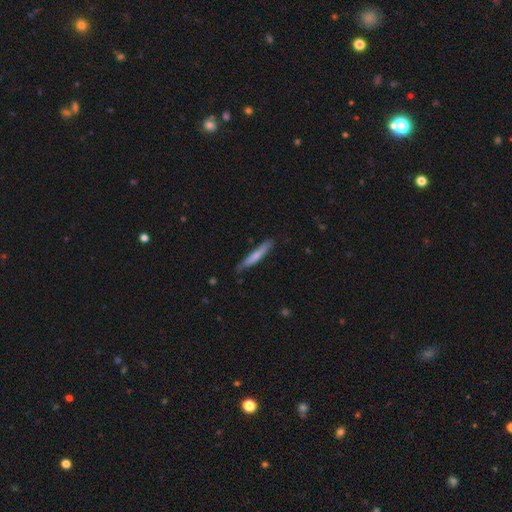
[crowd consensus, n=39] Overall: smooth (67%; featured or disk 28%). How rounded: cigar-shaped (96%). Merging: none (73%).